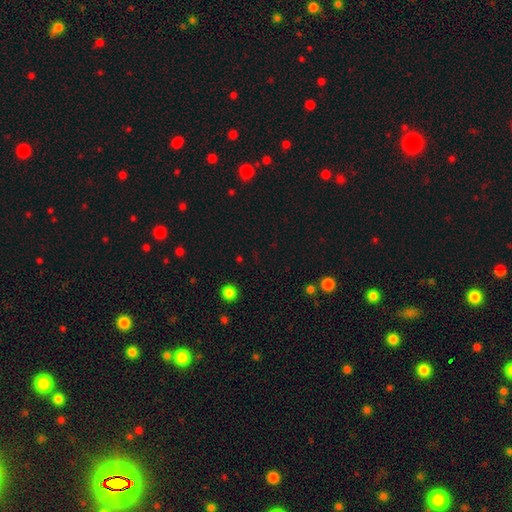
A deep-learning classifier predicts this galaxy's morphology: A star or artifact, not a galaxy (53%).

Vote fractions:
- Smooth or featured? star or artifact: 53% / smooth: 40% / featured or disk: 7%